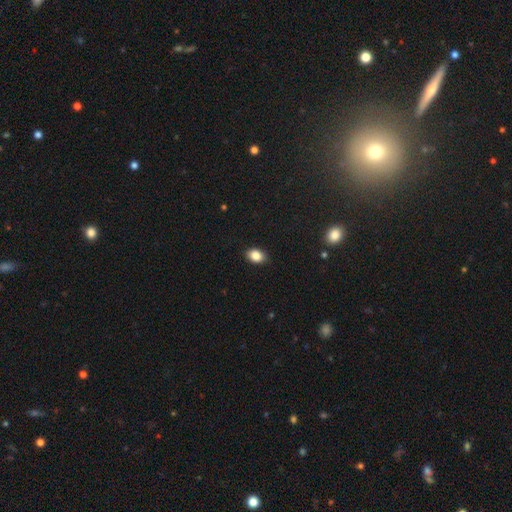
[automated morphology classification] This is clearly a smooth galaxy (86%). How rounded: likely in between (78%). Merging: clearly none (87%).